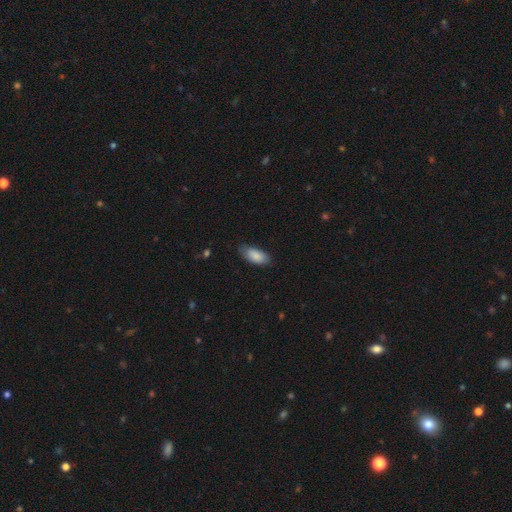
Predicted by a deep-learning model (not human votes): Overall: smooth (87%). How rounded: in between (89%). Merging: none (75%).